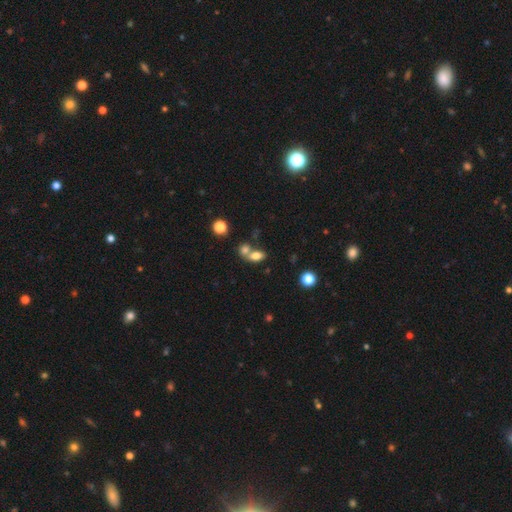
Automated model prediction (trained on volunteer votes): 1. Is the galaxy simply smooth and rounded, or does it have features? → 77% smooth, 12% featured or disk, 11% star or artifact.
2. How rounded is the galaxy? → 82% in between, 15% round, 3% cigar-shaped.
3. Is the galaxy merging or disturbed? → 52% merger, 35% none, 9% minor disturbance, 4% major disturbance.